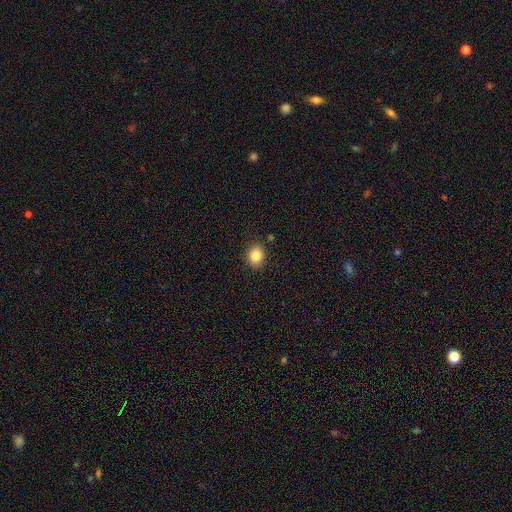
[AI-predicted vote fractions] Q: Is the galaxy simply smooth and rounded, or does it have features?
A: smooth — 85%.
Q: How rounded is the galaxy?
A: round — 56%.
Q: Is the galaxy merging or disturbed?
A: none — 87%.